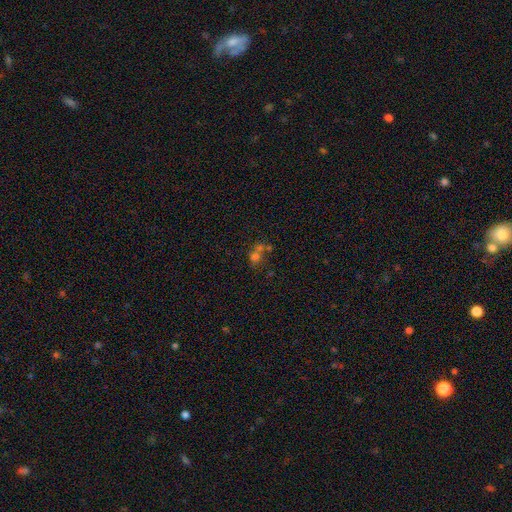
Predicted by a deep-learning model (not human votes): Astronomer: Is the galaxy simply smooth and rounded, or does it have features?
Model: smooth — 52% (runner-up: star or artifact, 29%).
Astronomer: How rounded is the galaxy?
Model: round — 73%.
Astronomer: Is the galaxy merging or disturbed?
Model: merger — 47% (runner-up: none, 39%).